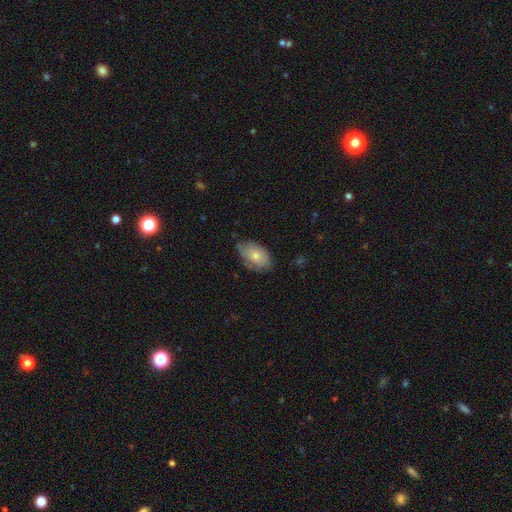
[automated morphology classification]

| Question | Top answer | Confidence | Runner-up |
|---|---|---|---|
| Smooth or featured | smooth | 73% | featured or disk (21%) |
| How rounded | in between | 91% | round (8%) |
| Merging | none | 63% | minor disturbance (30%) |